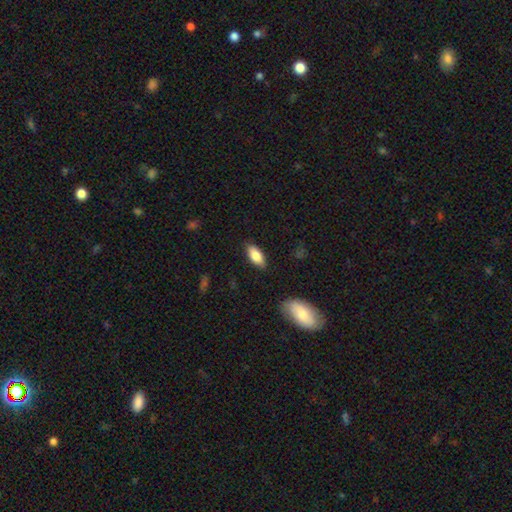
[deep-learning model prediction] Morphology: type=smooth (82%); roundness=in between (87%); merging=none (86%).